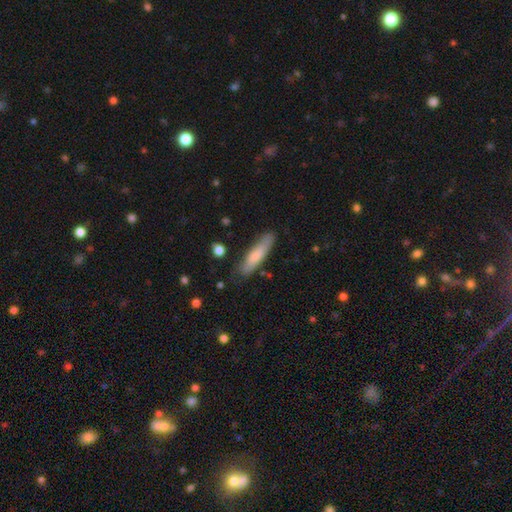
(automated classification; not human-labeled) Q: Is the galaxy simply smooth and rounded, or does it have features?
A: smooth — 72%.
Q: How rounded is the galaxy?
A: cigar-shaped — 78%.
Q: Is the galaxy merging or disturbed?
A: none — 77%.